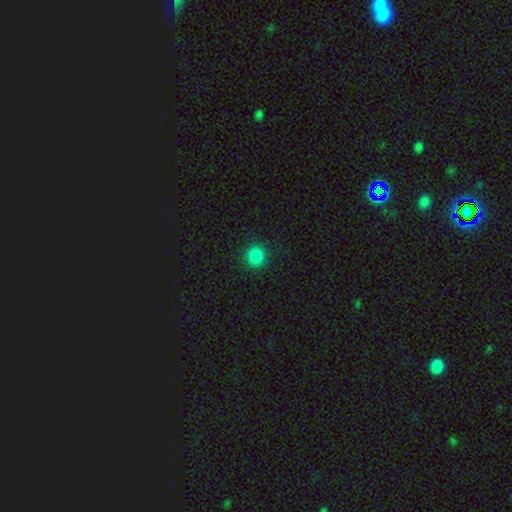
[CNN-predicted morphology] Smooth or featured? smooth (86%)
How rounded? round (84%)
Merging? none (90%)